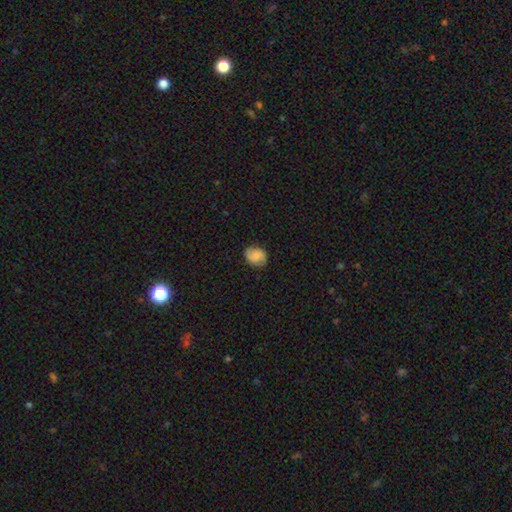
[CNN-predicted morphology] Smooth or featured: smooth — 70% (featured or disk — 21%)
How rounded: round — 56% (in between — 43%)
Merging: none — 80% (minor disturbance — 15%)